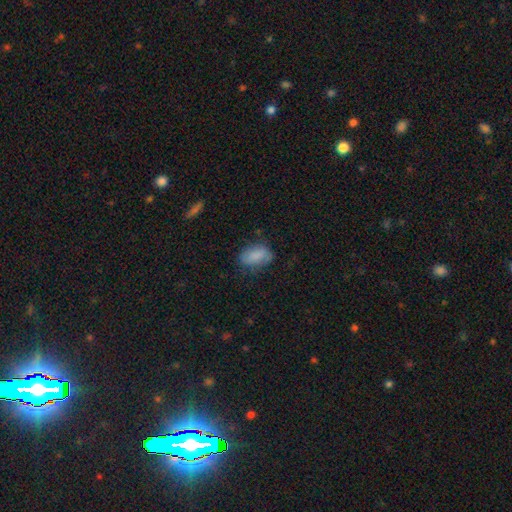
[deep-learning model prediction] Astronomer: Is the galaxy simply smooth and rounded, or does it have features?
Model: smooth — 83%.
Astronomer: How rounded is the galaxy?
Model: in between — 91%.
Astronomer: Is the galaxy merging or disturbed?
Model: none — 69%.